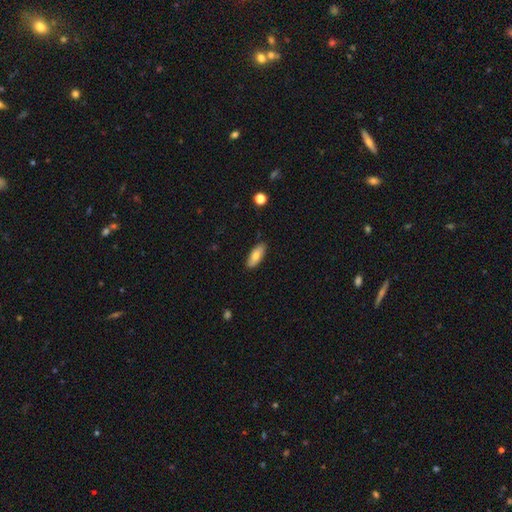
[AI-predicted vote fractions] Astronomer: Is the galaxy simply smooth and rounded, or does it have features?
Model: smooth — 75%.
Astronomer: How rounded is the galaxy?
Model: in between — 74%.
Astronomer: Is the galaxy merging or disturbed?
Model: none — 87%.